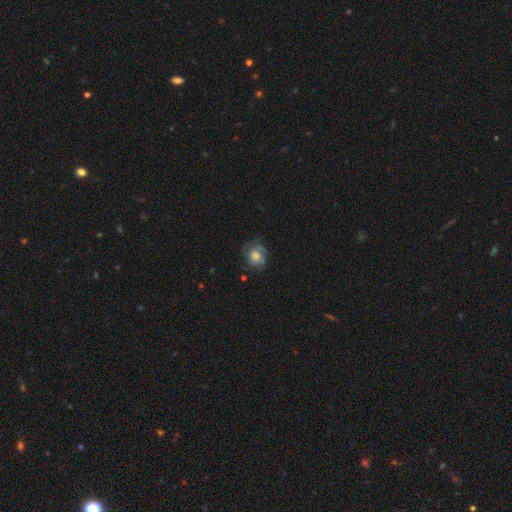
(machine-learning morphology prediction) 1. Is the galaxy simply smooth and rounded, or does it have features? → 50% smooth, 40% featured or disk, 10% star or artifact.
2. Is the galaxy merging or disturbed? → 64% none, 22% minor disturbance, 12% major disturbance, 2% merger.